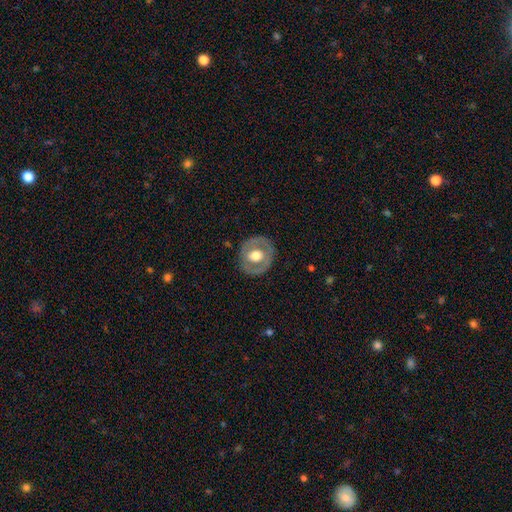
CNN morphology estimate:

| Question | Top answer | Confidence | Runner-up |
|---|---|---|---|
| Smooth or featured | featured or disk | 53% | smooth (41%) |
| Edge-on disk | no | 95% | yes (5%) |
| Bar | no | 71% | weak (22%) |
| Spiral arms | no | 79% | yes (21%) |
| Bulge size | moderate | 55% | large (39%) |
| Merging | none | 83% | minor disturbance (12%) |